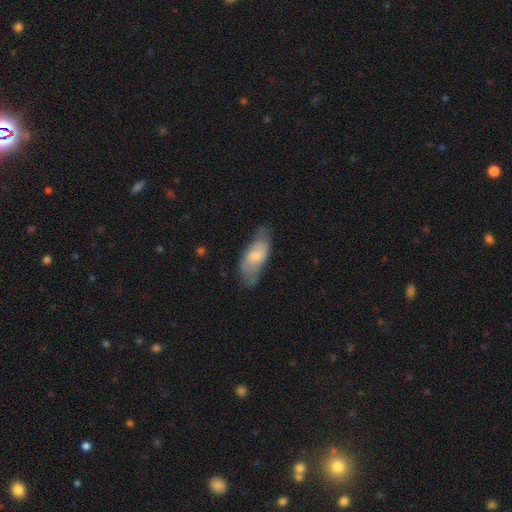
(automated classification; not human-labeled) Q: Smooth or featured?
A: smooth (62%); runner-up: featured or disk (32%)
Q: How rounded?
A: in between (79%); runner-up: cigar-shaped (18%)
Q: Merging?
A: none (56%); runner-up: minor disturbance (31%)